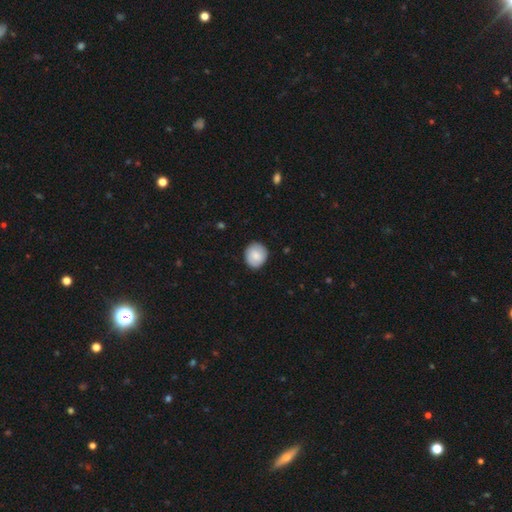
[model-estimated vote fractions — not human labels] Smooth or featured: smooth — 82% (featured or disk — 11%)
How rounded: round — 80% (in between — 19%)
Merging: none — 88% (minor disturbance — 10%)